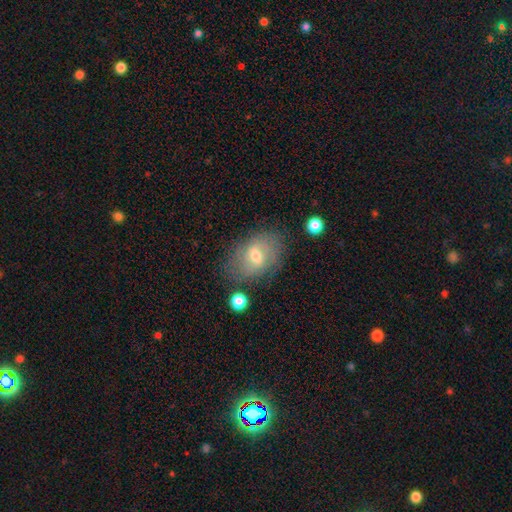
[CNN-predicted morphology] Q: Smooth or featured?
A: featured or disk (46%); runner-up: smooth (42%)
Q: Merging?
A: none (72%); runner-up: minor disturbance (19%)